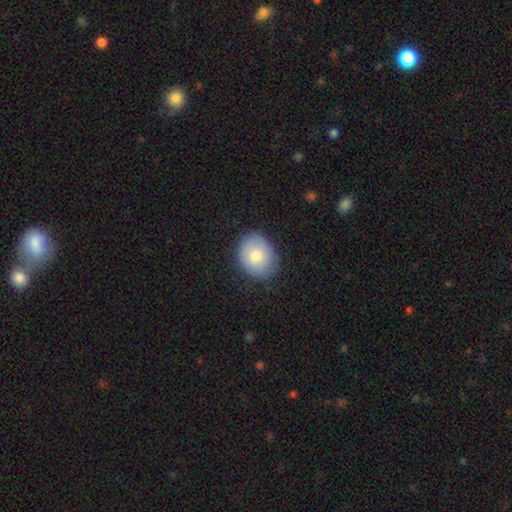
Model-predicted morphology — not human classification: Smooth or featured? smooth (78%)
How rounded? round (52%)
Merging? none (81%)